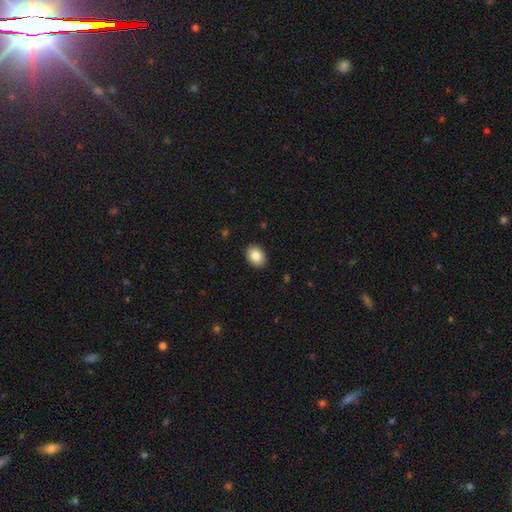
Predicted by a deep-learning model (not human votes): Smooth or featured: smooth — 85% (star or artifact — 8%)
How rounded: in between — 70% (round — 29%)
Merging: none — 91% (minor disturbance — 7%)